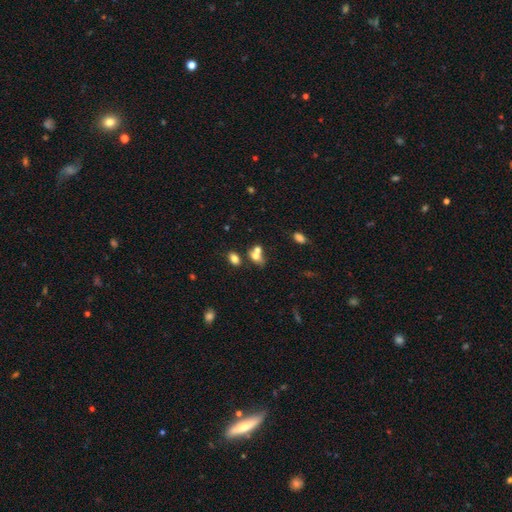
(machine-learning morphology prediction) smooth_or_featured: smooth (p=0.69) [alt: featured or disk p=0.18]
how_rounded: in between (p=0.71) [alt: round p=0.25]
merging: merger (p=0.54) [alt: none p=0.32]